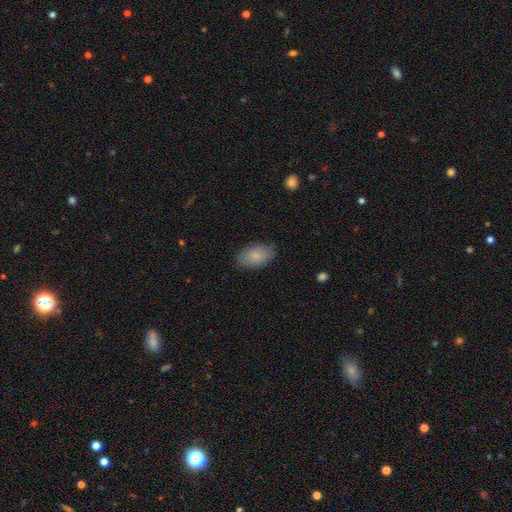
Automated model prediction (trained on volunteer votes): smooth 84%, featured or disk 9%, star or artifact 6%. Down the decision tree: how rounded — in between (94%); merging — none (86%).